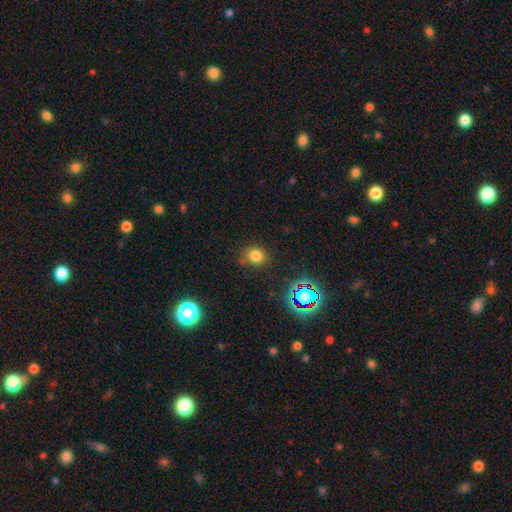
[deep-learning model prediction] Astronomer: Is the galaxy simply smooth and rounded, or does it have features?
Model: smooth — 75%.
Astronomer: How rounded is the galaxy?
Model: round — 72%.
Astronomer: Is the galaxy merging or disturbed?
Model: none — 79%.